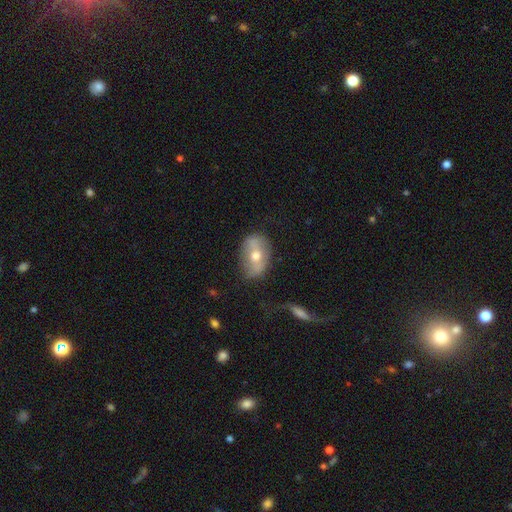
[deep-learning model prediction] This is possibly a featured or disk galaxy (52%). It is clearly not viewed edge-on (85%). Merging: likely none (71%).